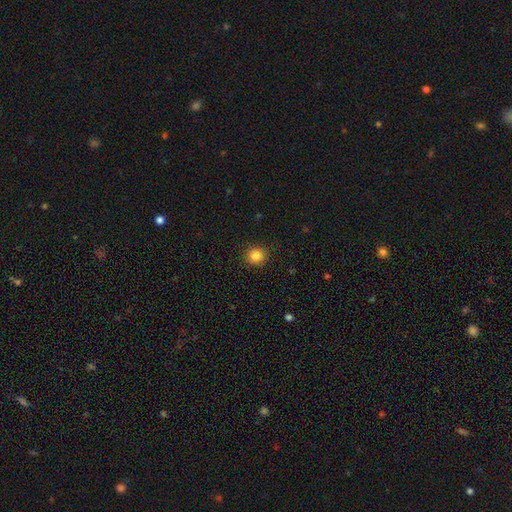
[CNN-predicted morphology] smooth-or-featured: smooth: 85% | star or artifact: 11% | featured or disk: 4%
  how-rounded: round: 87% | in between: 12% | cigar-shaped: 1%
  merging: none: 90% | minor disturbance: 7% | major disturbance: 2% | merger: 1%